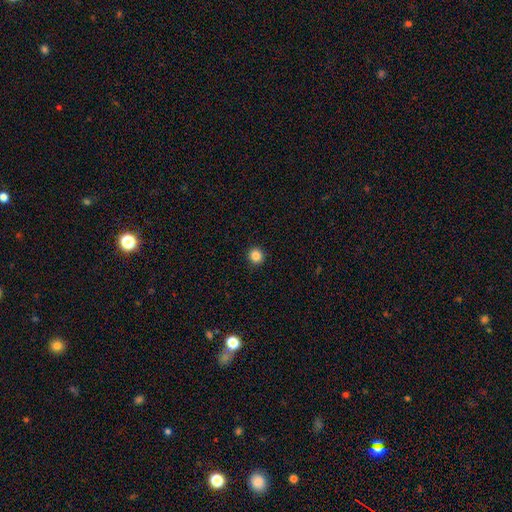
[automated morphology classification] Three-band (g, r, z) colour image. It shows a smooth galaxy with no disk features (85%) that is round (92%). Merging: none (93%).